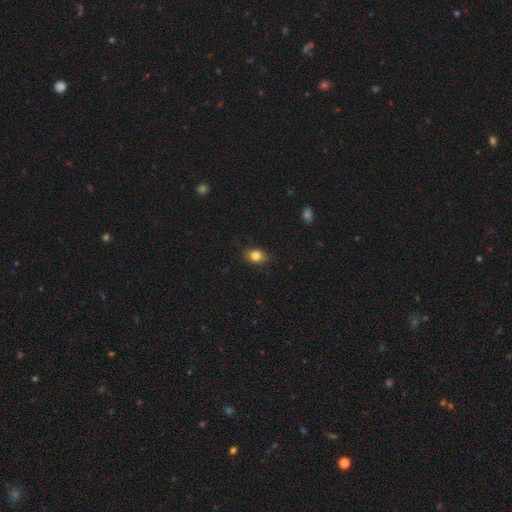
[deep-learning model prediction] smooth 82%, star or artifact 10%, featured or disk 8%. Down the decision tree: how rounded — in between (68%); merging — none (82%).